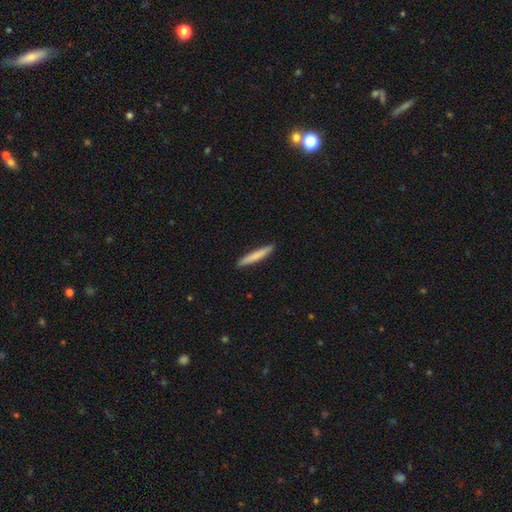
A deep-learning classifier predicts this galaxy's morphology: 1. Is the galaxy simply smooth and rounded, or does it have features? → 77% smooth, 18% featured or disk, 5% star or artifact.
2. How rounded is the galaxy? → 95% cigar-shaped, 4% in between, 1% round.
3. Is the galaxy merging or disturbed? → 91% none, 6% minor disturbance, 1% major disturbance, 1% merger.